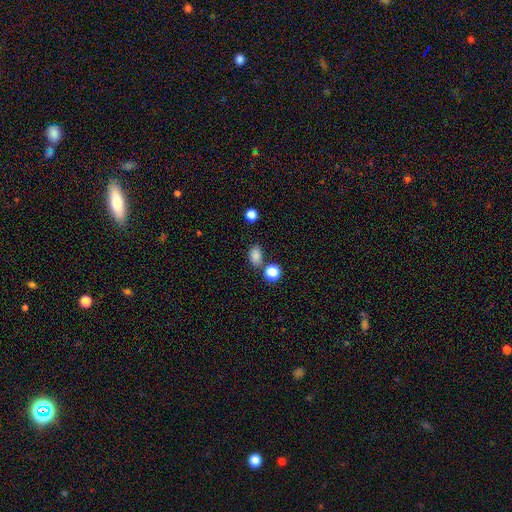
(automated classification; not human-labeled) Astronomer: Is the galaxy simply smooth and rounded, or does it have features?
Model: smooth — 83%.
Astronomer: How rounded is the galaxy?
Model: in between — 77%.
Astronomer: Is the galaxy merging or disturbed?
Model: none — 73%.